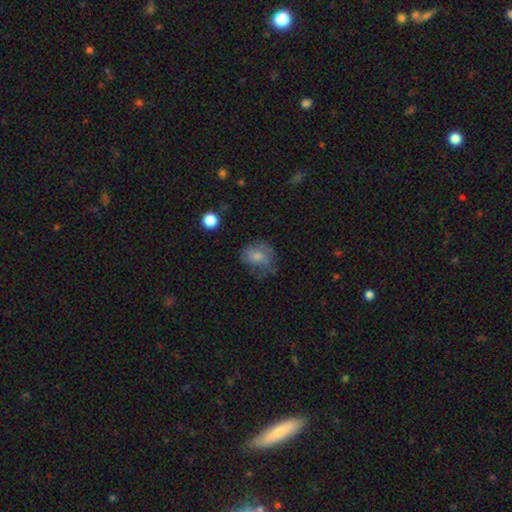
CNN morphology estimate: The model was most divided on "how rounded": round: 57%, in between: 41%, cigar-shaped: 1%. More confident: smooth or featured — smooth (63%); merging — none (58%).